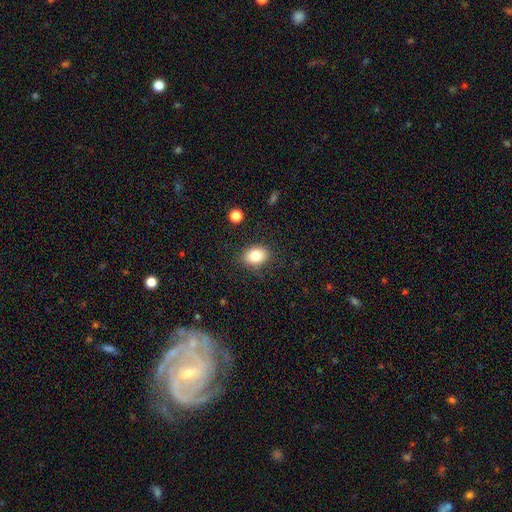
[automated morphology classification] This is clearly a smooth galaxy (82%). How rounded: likely in between (62%). Merging: clearly none (84%).